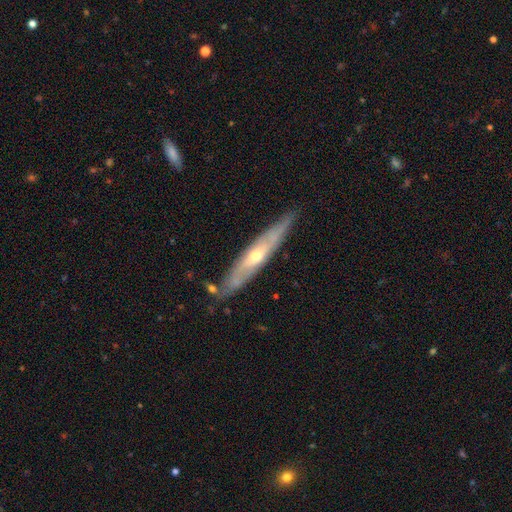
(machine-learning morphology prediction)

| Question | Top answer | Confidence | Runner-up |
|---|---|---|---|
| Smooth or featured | featured or disk | 67% | smooth (28%) |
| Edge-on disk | yes | 64% | no (36%) |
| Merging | none | 76% | minor disturbance (17%) |